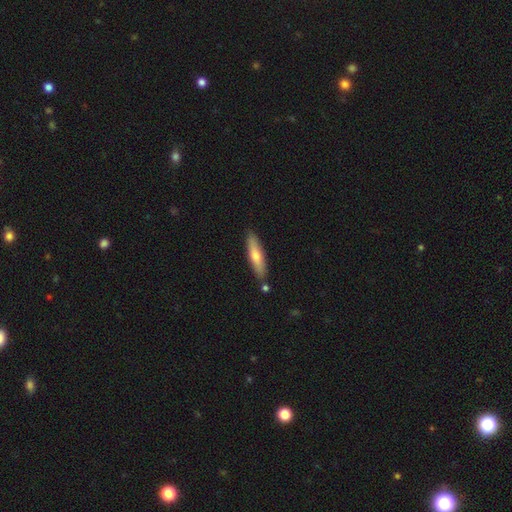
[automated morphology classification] smooth-or-featured: smooth: 59% | featured or disk: 35% | star or artifact: 6%
  how-rounded: cigar-shaped: 76% | in between: 22% | round: 2%
  merging: none: 85% | minor disturbance: 10% | merger: 4% | major disturbance: 2%